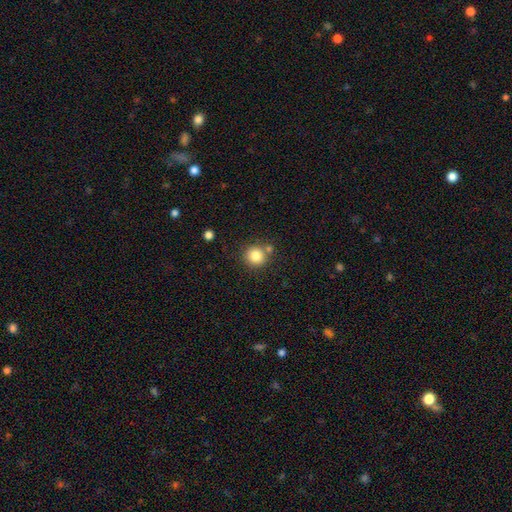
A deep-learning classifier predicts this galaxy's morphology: The model was most divided on "merging": none: 76%, merger: 13%, minor disturbance: 9%, major disturbance: 3%. More confident: how rounded — round (92%); smooth or featured — smooth (83%).